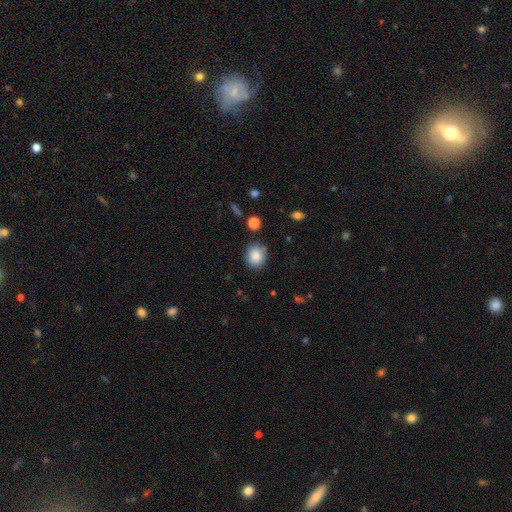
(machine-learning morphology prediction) Smooth or featured? smooth (85%)
How rounded? round (65%)
Merging? none (83%)